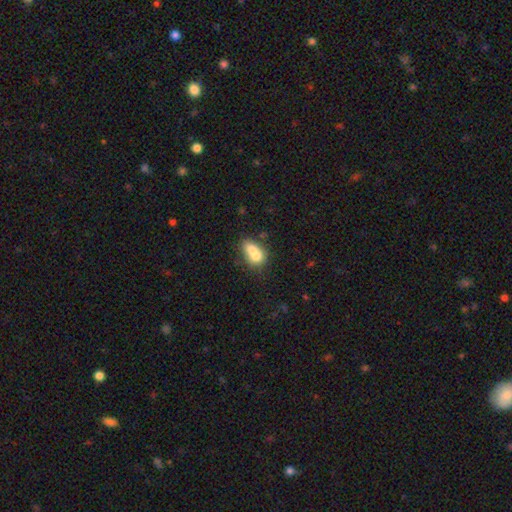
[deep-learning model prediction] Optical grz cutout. It shows a smooth galaxy with no disk features (69%) that is in between round and cigar-shaped (66%). Merging: merger (63%).